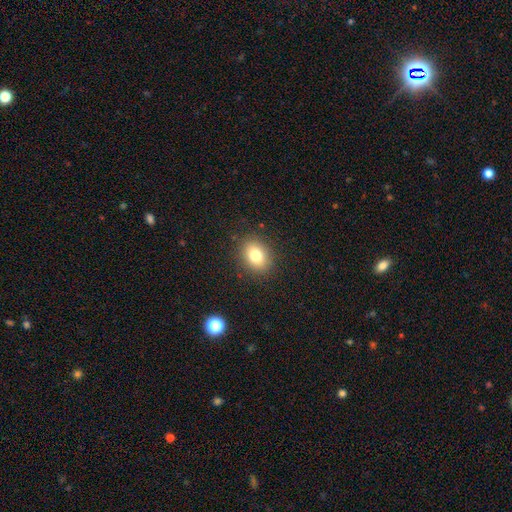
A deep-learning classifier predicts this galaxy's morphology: A smooth galaxy with no disk features (79%) that is in between round and cigar-shaped (59%).

Vote fractions:
- Smooth or featured? smooth: 79% / star or artifact: 11% / featured or disk: 10%
- How rounded? in between: 59% / round: 40% / cigar-shaped: 1%
- Merging? none: 87% / minor disturbance: 9% / major disturbance: 3% / merger: 1%